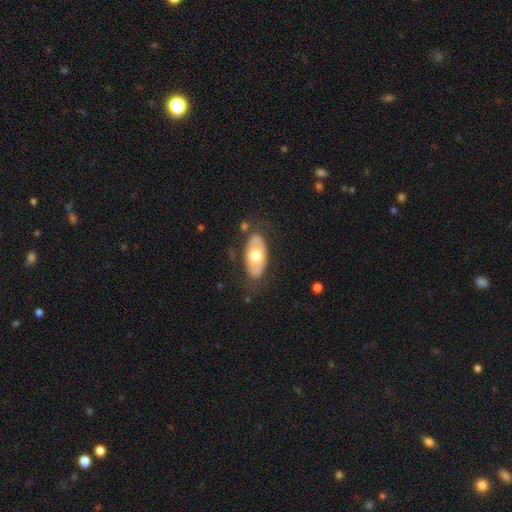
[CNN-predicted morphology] Smooth or featured?
  - smooth: 53% *
  - featured or disk: 42%
  - star or artifact: 5%
How rounded?
  - in between: 92% *
  - round: 4%
  - cigar-shaped: 3%
Merging?
  - none: 77% *
  - minor disturbance: 15%
  - major disturbance: 6%
  - merger: 2%